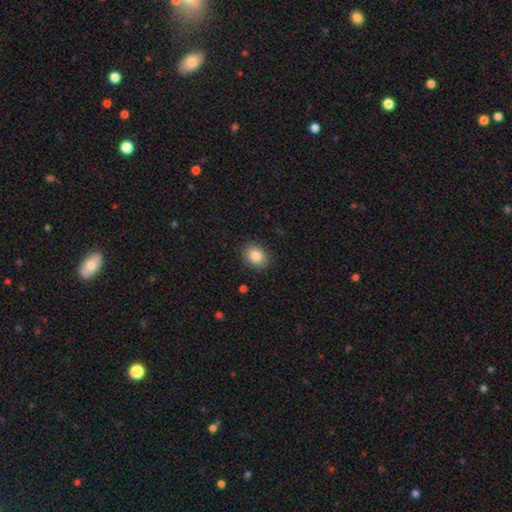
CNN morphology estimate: type=smooth (85%); roundness=in between (50%); merging=none (88%).